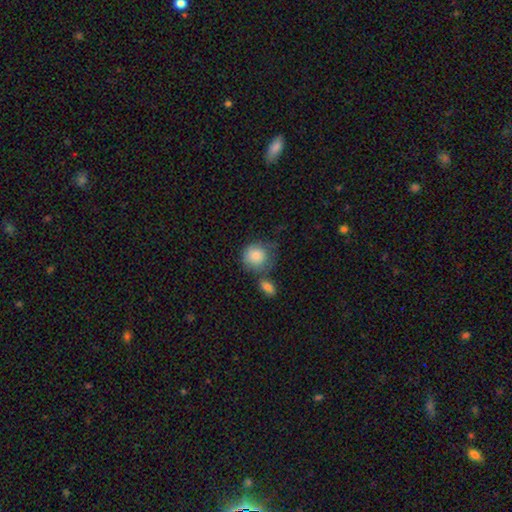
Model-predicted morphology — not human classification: Smooth or featured? smooth (82%)
How rounded? round (83%)
Merging? none (48%)